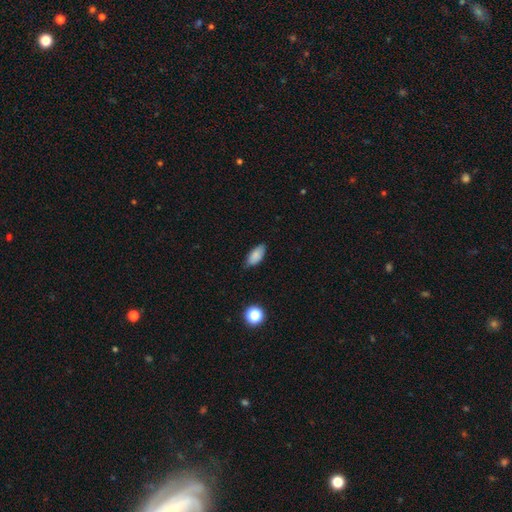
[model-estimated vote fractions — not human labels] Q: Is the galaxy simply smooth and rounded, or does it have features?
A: smooth — 85%.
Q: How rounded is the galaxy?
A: in between — 89%.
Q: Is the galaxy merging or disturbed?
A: none — 73%.